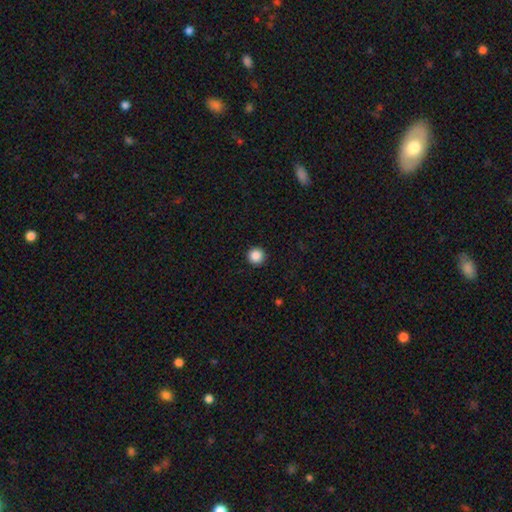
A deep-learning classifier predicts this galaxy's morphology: A smooth galaxy with no disk features (87%) that is round (97%). Merging: none (93%).